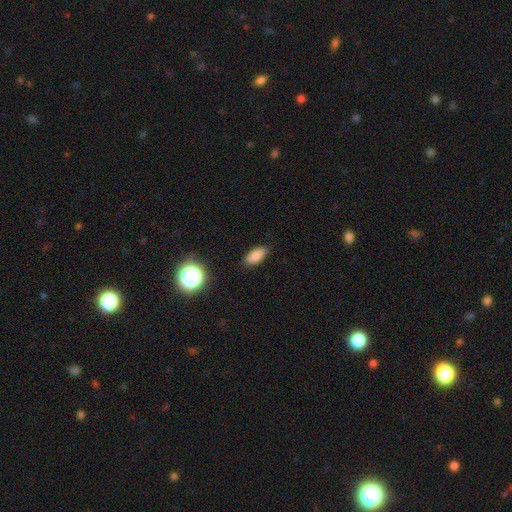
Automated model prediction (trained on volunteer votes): Smooth or featured: smooth — 84% (star or artifact — 10%)
How rounded: in between — 85% (cigar-shaped — 11%)
Merging: none — 85% (minor disturbance — 11%)